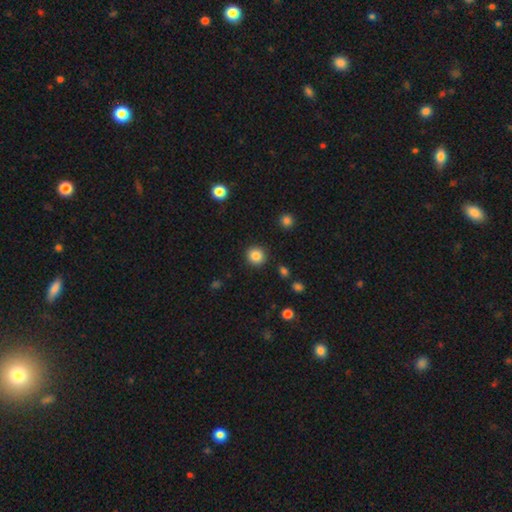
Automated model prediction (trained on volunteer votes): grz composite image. It shows a smooth galaxy with no disk features (86%) that is round (93%). Merging: none (91%).